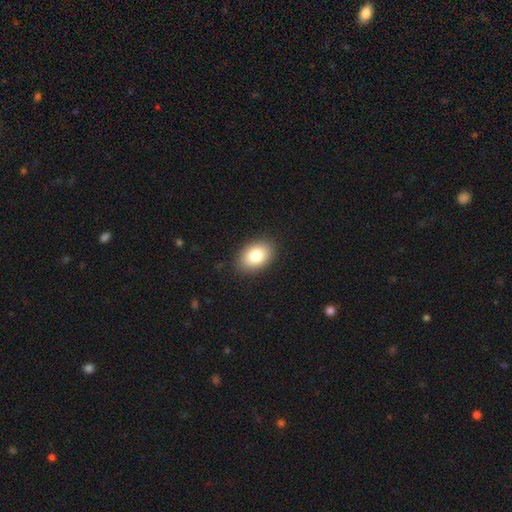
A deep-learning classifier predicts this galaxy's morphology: Smooth or featured: smooth — 82% (featured or disk — 10%)
How rounded: in between — 84% (round — 15%)
Merging: none — 89% (minor disturbance — 8%)